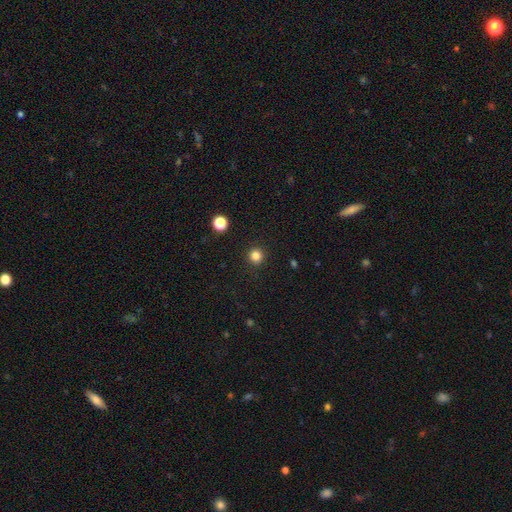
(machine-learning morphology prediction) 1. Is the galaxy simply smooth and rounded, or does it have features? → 83% smooth, 13% star or artifact, 4% featured or disk.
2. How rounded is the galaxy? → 94% round, 5% in between, 1% cigar-shaped.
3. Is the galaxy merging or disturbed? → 92% none, 5% minor disturbance, 2% major disturbance, 1% merger.